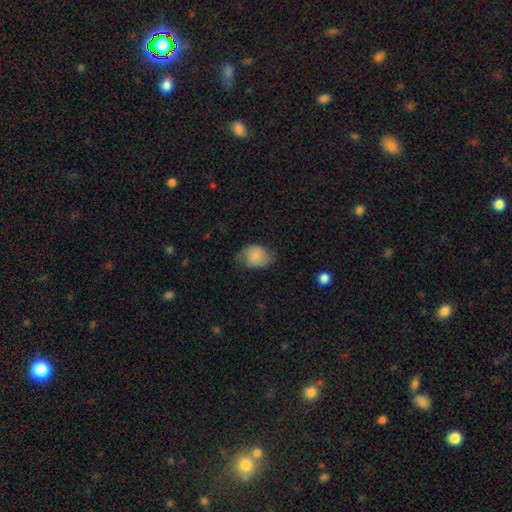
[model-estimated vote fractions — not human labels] Smooth or featured?
  - smooth: 65% *
  - featured or disk: 27%
  - star or artifact: 8%
How rounded?
  - in between: 62% *
  - round: 37%
  - cigar-shaped: 1%
Merging?
  - none: 48% *
  - minor disturbance: 35%
  - major disturbance: 16%
  - merger: 1%